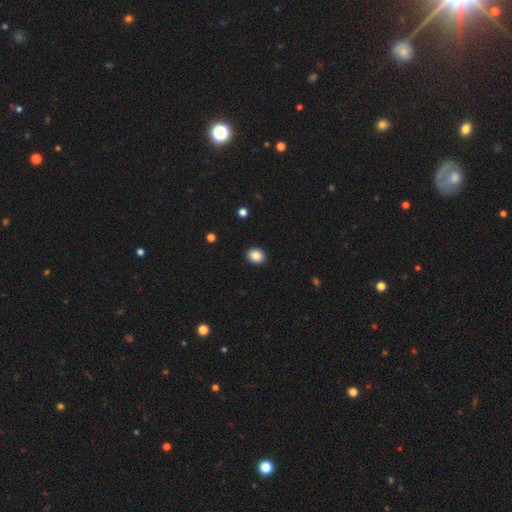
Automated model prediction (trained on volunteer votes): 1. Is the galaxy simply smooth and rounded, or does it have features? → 88% smooth, 9% star or artifact, 4% featured or disk.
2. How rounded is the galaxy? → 53% round, 46% in between, 1% cigar-shaped.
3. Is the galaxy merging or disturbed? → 91% none, 6% minor disturbance, 2% major disturbance, 1% merger.